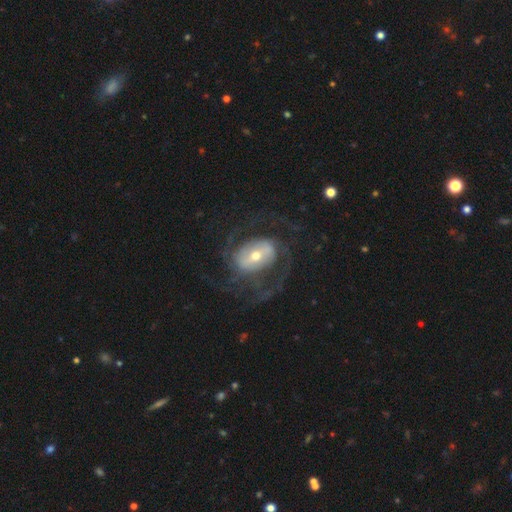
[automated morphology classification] A featured or disk galaxy (83%) with a strong bar (41%), 2 (68%) medium (49%) spiral arms (88%) and a moderate central bulge (54%). Merging: none (64%).